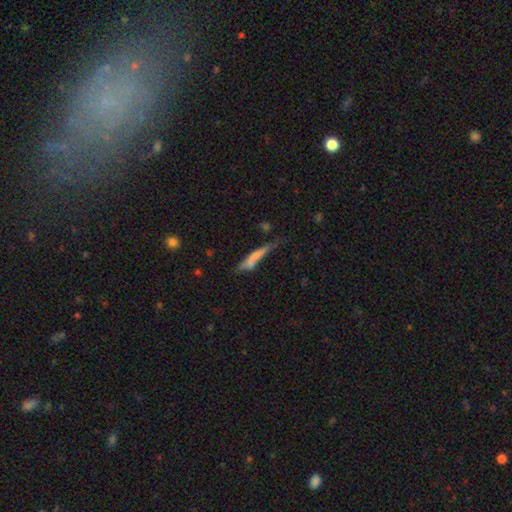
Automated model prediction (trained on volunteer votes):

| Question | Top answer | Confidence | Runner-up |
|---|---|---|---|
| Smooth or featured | smooth | 58% | featured or disk (34%) |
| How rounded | cigar-shaped | 90% | in between (8%) |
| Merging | none | 53% | minor disturbance (24%) |